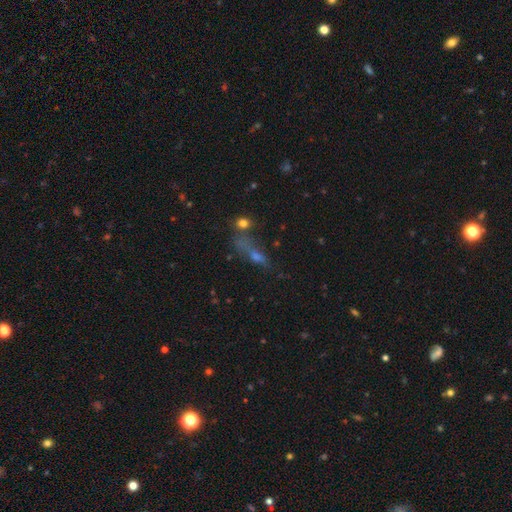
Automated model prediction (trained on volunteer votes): smooth-or-featured: smooth: 41% | star or artifact: 30% | featured or disk: 29%
  merging: none: 44% | merger: 21% | major disturbance: 18% | minor disturbance: 17%